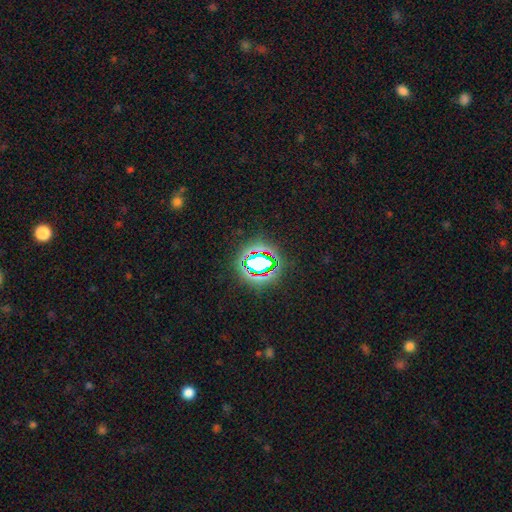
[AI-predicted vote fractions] Overall: star or artifact (73%).